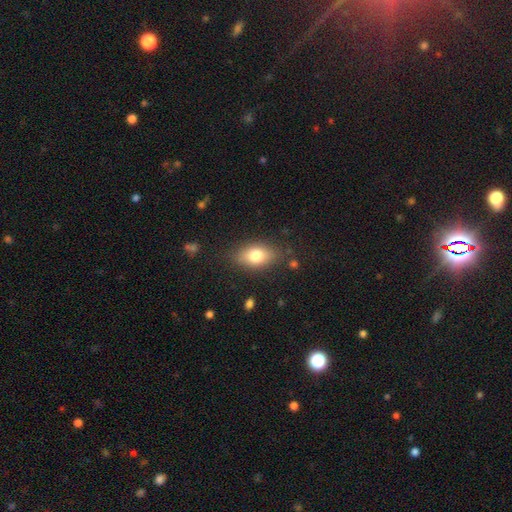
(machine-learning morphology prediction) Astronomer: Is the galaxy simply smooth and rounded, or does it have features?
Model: smooth — 77%.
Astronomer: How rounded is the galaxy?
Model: in between — 83%.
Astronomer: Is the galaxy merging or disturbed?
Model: none — 81%.